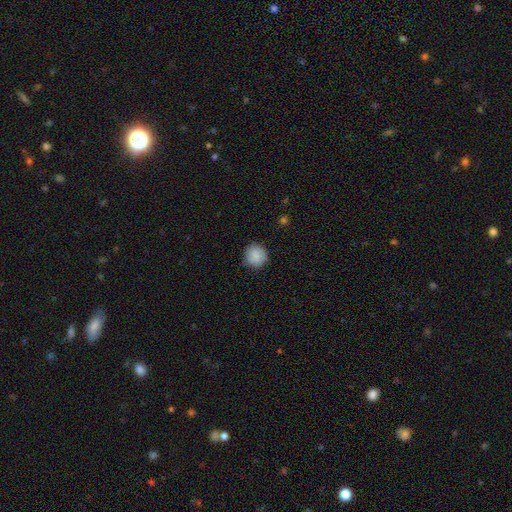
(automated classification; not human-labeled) Smooth or featured? Predicted: smooth (p=0.88). How rounded? Predicted: round (p=0.90). Merging? Predicted: none (p=0.85).